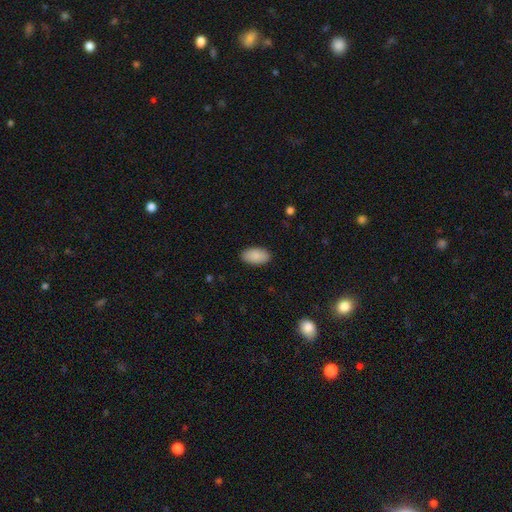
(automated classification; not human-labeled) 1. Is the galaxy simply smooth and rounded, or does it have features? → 90% smooth, 6% star or artifact, 3% featured or disk.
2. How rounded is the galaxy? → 95% in between, 3% round, 2% cigar-shaped.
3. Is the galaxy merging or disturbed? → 89% none, 8% minor disturbance, 2% major disturbance, 1% merger.